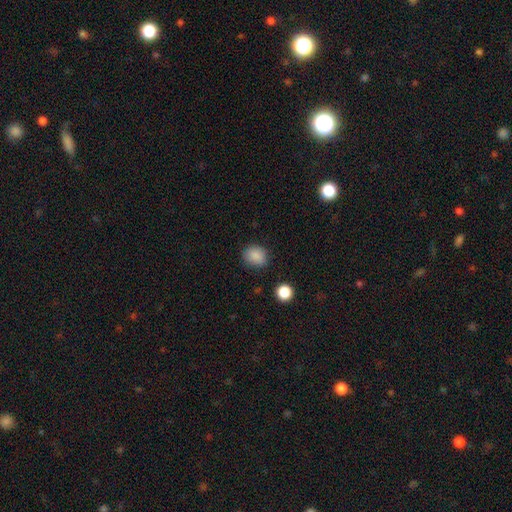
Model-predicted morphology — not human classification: smooth_or_featured: smooth (p=0.86) [alt: star or artifact p=0.10]
how_rounded: round (p=0.64) [alt: in between p=0.35]
merging: none (p=0.81) [alt: minor disturbance p=0.14]